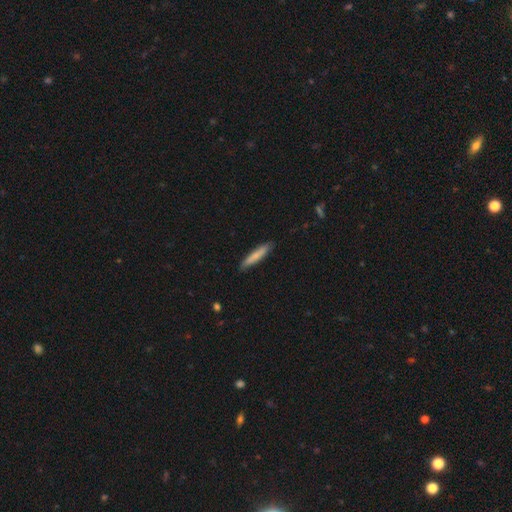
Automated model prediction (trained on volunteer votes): Smooth or featured? Predicted: smooth (p=0.77). How rounded? Predicted: cigar-shaped (p=0.91). Merging? Predicted: none (p=0.87).